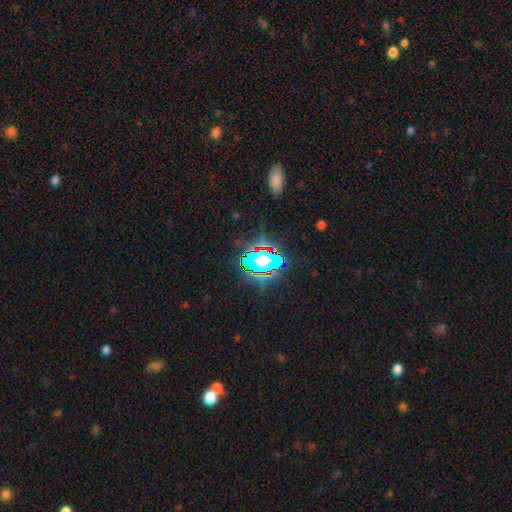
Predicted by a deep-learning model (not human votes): Q: Smooth or featured?
A: star or artifact (74%); runner-up: smooth (16%)